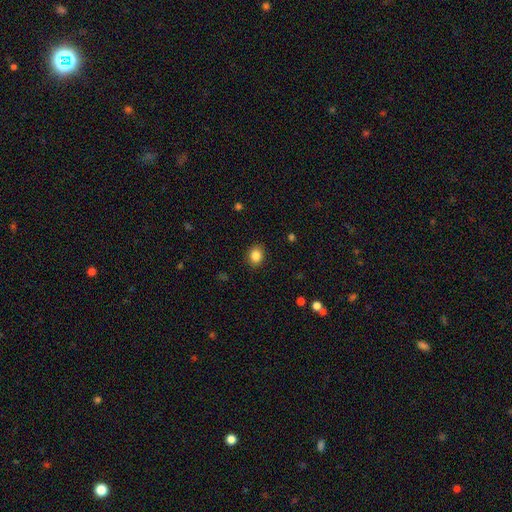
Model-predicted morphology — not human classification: Overall: smooth (86%). How rounded: round (56%; in between 43%). Merging: none (88%).